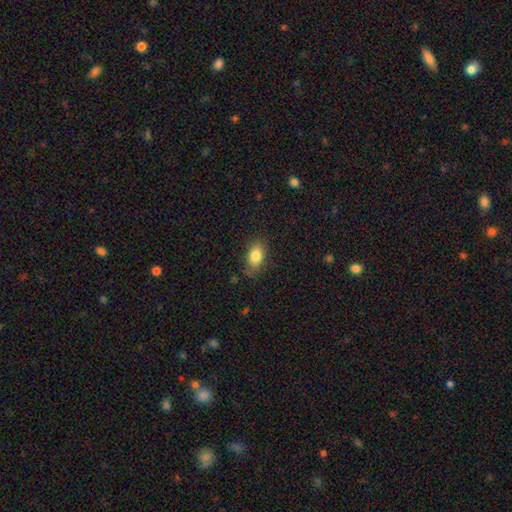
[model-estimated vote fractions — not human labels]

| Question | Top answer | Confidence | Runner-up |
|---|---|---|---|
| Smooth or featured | smooth | 82% | featured or disk (10%) |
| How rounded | in between | 87% | round (9%) |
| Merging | none | 77% | minor disturbance (18%) |